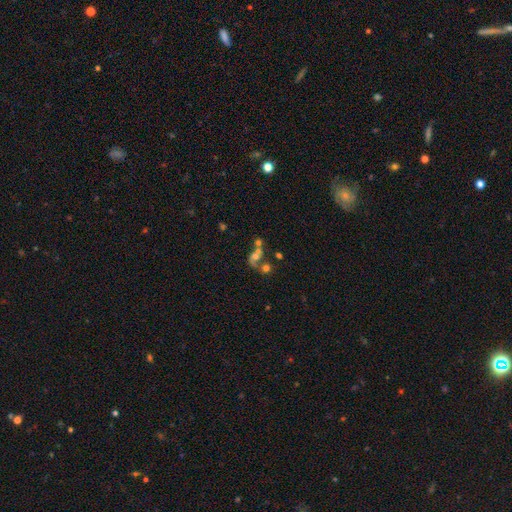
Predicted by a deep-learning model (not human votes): featured or disk 43%, smooth 39%, star or artifact 18%. Down the decision tree: merging — merger (54%).